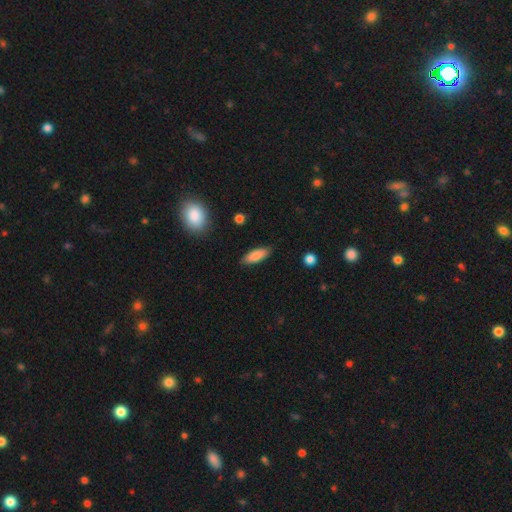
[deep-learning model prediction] Overall: smooth (84%). How rounded: in between (64%; cigar-shaped 34%). Merging: none (86%).